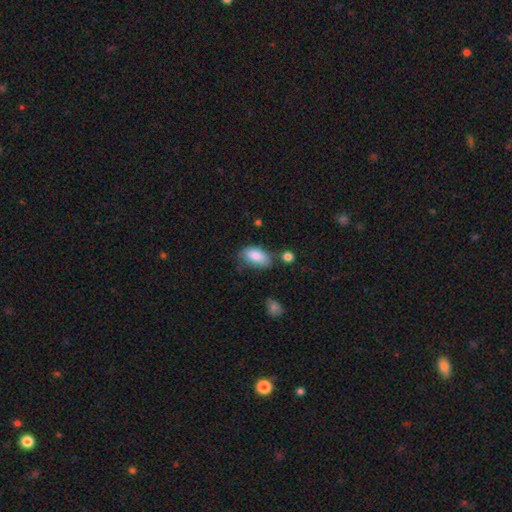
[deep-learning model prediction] A smooth galaxy with no disk features (84%) that is in between round and cigar-shaped (93%). Merging: none (57%).